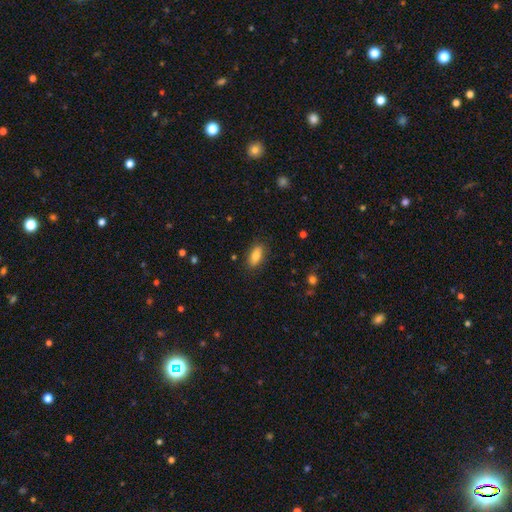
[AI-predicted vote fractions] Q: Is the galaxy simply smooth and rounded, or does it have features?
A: smooth — 81%.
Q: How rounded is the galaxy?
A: in between — 84%.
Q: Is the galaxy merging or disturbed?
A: none — 85%.